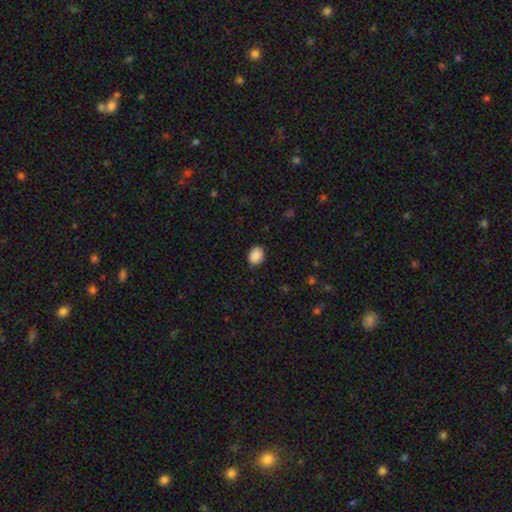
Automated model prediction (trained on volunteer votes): Smooth or featured? Predicted: smooth (p=0.89). How rounded? Predicted: in between (p=0.58). Merging? Predicted: none (p=0.83).